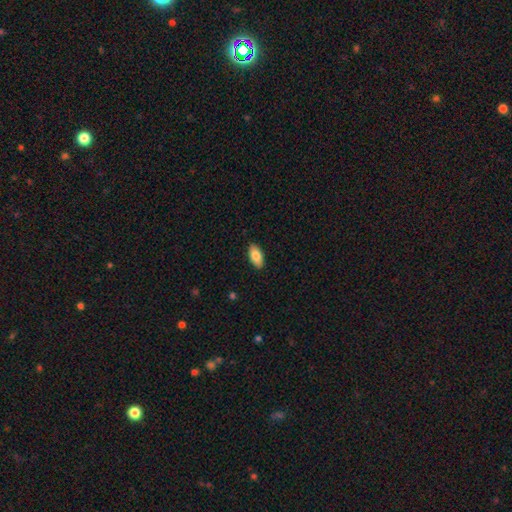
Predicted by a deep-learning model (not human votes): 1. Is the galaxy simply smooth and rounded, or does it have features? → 82% smooth, 11% featured or disk, 6% star or artifact.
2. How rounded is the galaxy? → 92% in between, 6% cigar-shaped, 3% round.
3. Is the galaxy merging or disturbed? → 89% none, 8% minor disturbance, 2% major disturbance, 1% merger.